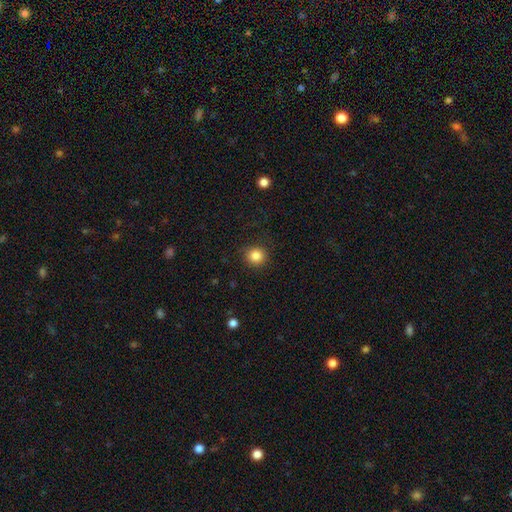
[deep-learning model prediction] A smooth galaxy with no disk features (85%) that is round (93%). Merging: none (90%).